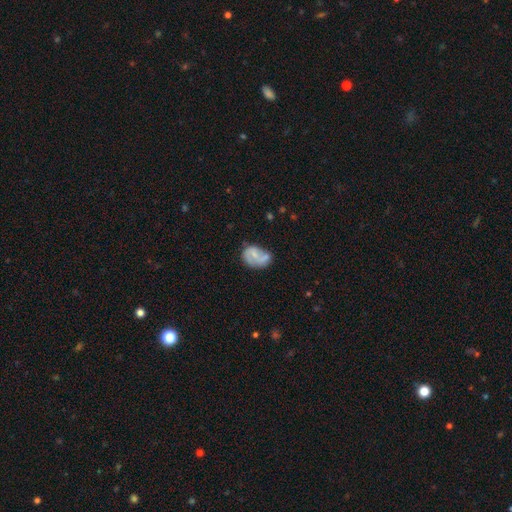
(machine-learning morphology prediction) The model was most divided on "merging": none: 40%, minor disturbance: 28%, merger: 17%, major disturbance: 16%. More confident: edge-on disk — no (98%); spiral arms — yes (70%); bar — no (56%); smooth or featured — featured or disk (54%); bulge size — small (52%).